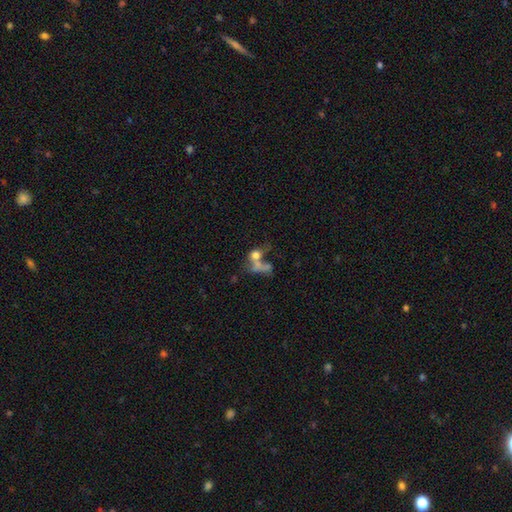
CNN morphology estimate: smooth-or-featured: smooth: 38% | featured or disk: 36% | star or artifact: 26%
  merging: merger: 46% | none: 29% | major disturbance: 15% | minor disturbance: 10%